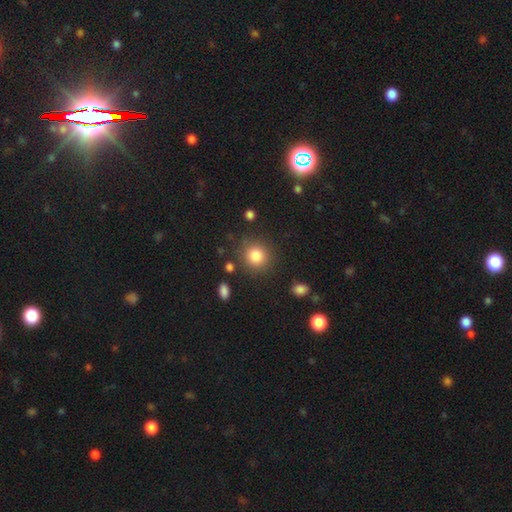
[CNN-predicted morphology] The model was most divided on "smooth or featured": smooth: 84%, star or artifact: 10%, featured or disk: 6%. More confident: how rounded — round (87%); merging — none (83%).